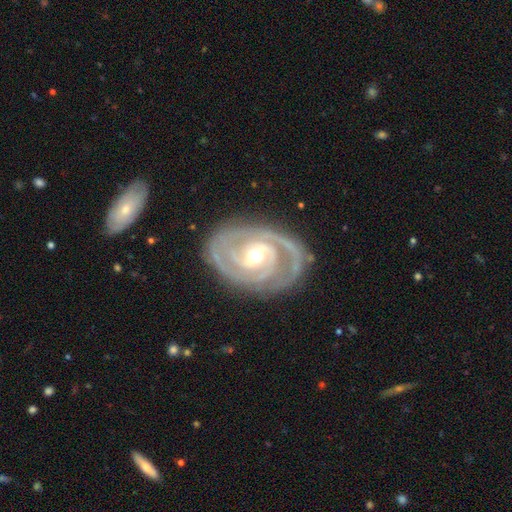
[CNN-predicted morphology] Overall: featured or disk (93%). Edge-on disk: no (97%). Bar: no (46%; weak 36%). Spiral arms: yes (98%). Spiral arm count: 2 (58%; 3 23%). Spiral winding: tight (69%). Bulge size: moderate (70%). Merging: none (79%).